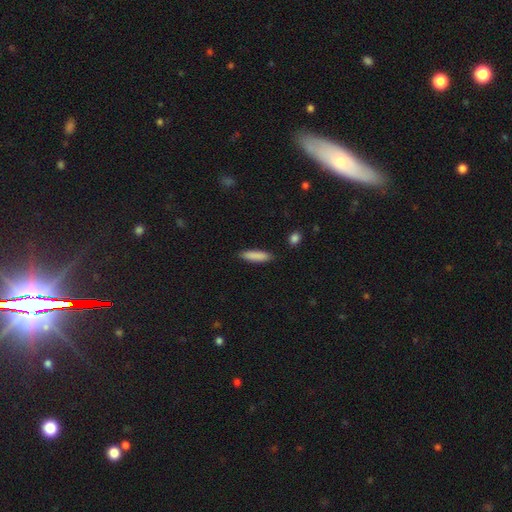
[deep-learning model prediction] smooth-or-featured: smooth: 87% | featured or disk: 7% | star or artifact: 6%
  how-rounded: cigar-shaped: 73% | in between: 26% | round: 1%
  merging: none: 88% | minor disturbance: 9% | major disturbance: 2% | merger: 2%